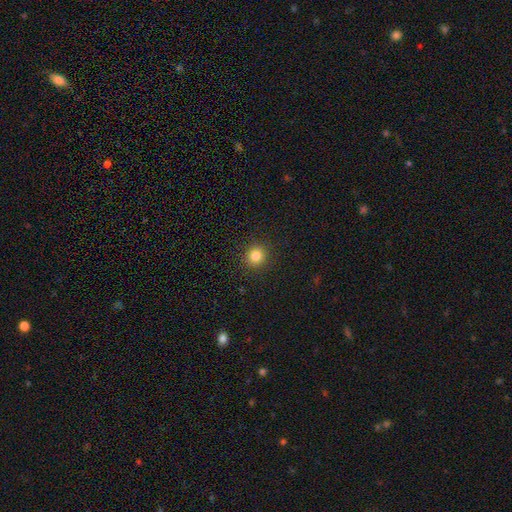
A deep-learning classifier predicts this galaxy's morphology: A smooth galaxy with no disk features (82%) that is round (91%).

Vote fractions:
- Smooth or featured? smooth: 82% / star or artifact: 13% / featured or disk: 5%
- How rounded? round: 91% / in between: 8% / cigar-shaped: 1%
- Merging? none: 92% / minor disturbance: 5% / major disturbance: 2% / merger: 1%